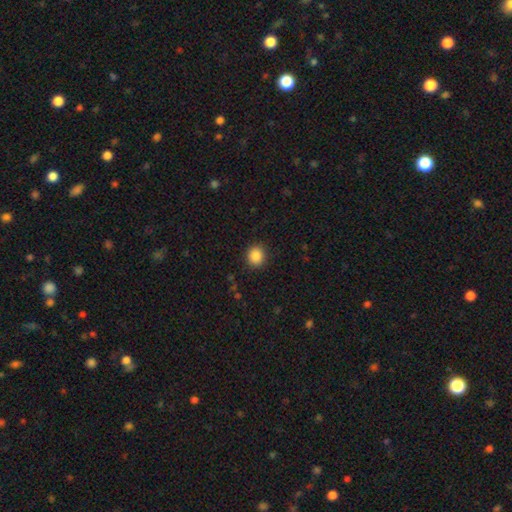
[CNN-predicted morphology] smooth 86%, star or artifact 10%, featured or disk 4%. Down the decision tree: how rounded — round (86%); merging — none (90%).